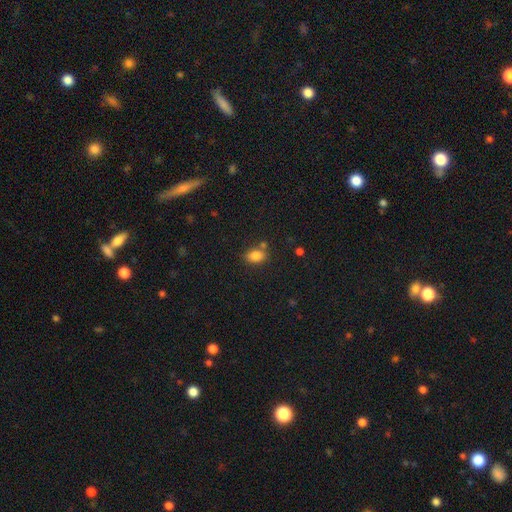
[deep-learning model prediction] smooth_or_featured: smooth (p=0.83) [alt: star or artifact p=0.10]
how_rounded: in between (p=0.79) [alt: round p=0.19]
merging: none (p=0.69) [alt: minor disturbance p=0.15]